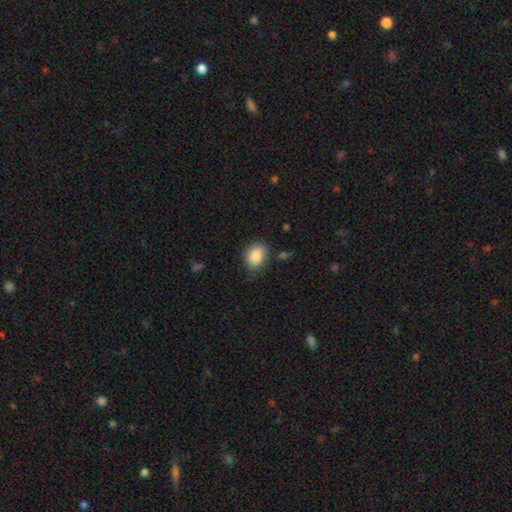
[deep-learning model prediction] The model was most divided on "how rounded": in between: 68%, round: 31%, cigar-shaped: 1%. More confident: smooth or featured — smooth (87%); merging — none (76%).